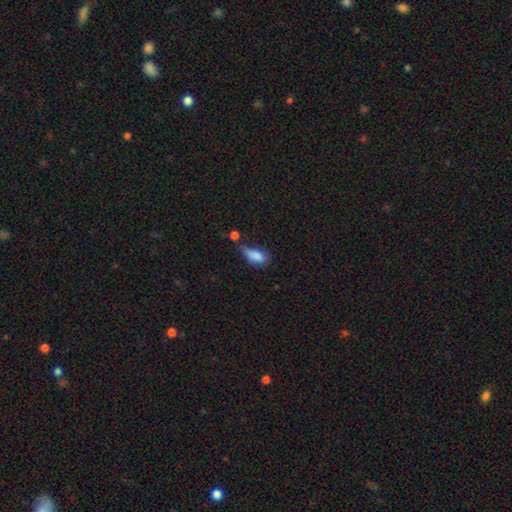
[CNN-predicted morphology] type=smooth (80%); roundness=in between (85%); merging=minor disturbance (33%).